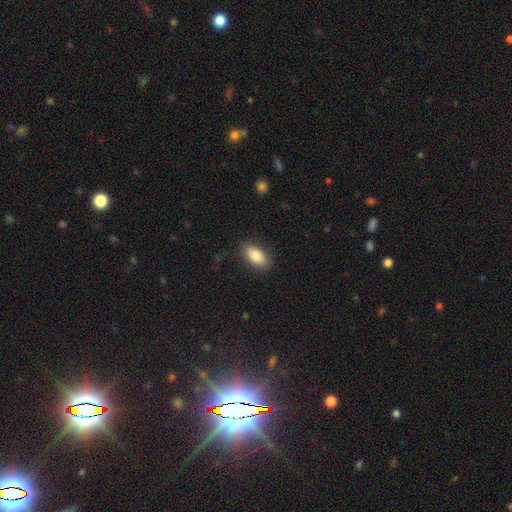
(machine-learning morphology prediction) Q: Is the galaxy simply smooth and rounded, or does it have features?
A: smooth — 84%.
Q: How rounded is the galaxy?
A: in between — 91%.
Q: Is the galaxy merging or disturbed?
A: none — 86%.